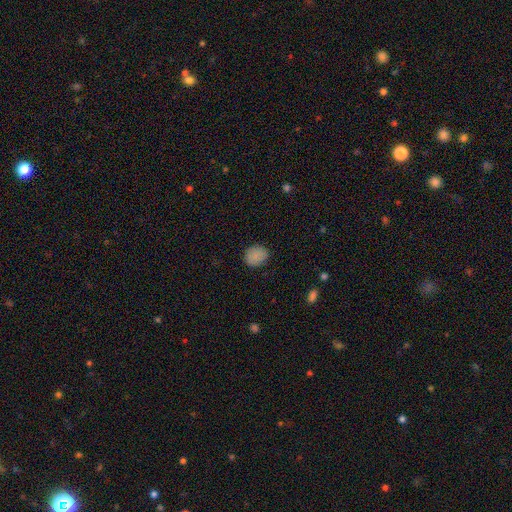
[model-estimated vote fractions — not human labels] Smooth or featured: smooth — 85% (star or artifact — 10%)
How rounded: round — 59% (in between — 40%)
Merging: none — 84% (minor disturbance — 12%)